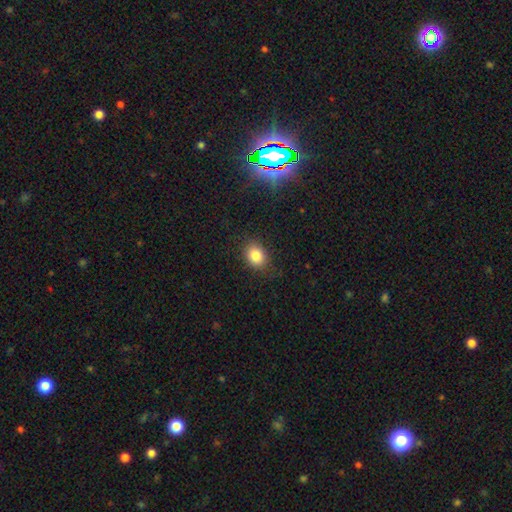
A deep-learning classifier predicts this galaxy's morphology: Smooth or featured? smooth (83%)
How rounded? in between (55%)
Merging? none (82%)